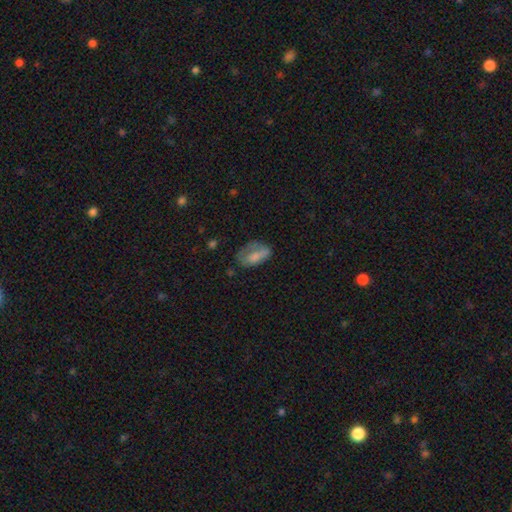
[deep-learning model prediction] A smooth galaxy with no disk features (68%) that is in between round and cigar-shaped (88%).

Vote fractions:
- Smooth or featured? smooth: 68% / featured or disk: 24% / star or artifact: 8%
- How rounded? in between: 88% / round: 9% / cigar-shaped: 4%
- Merging? none: 41% / minor disturbance: 30% / major disturbance: 25% / merger: 3%